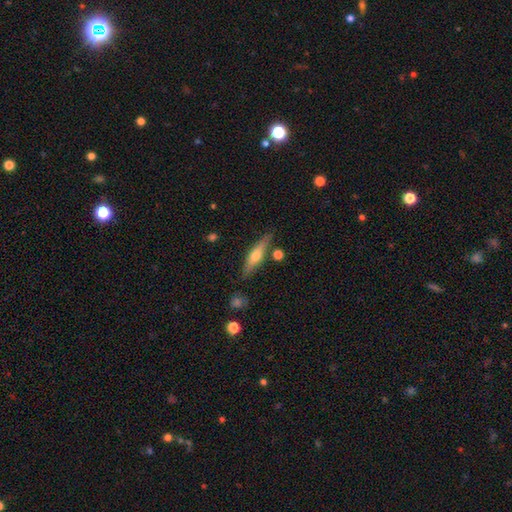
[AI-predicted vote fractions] A featured or disk galaxy (54%) viewed edge-on (92%) with a rounded central bulge (90%).

Vote fractions:
- Smooth or featured? featured or disk: 54% / smooth: 39% / star or artifact: 6%
- Edge-on disk? yes: 92% / no: 8%
- Edge-on bulge? rounded: 90% / none: 5% / boxy: 5%
- Merging? none: 81% / minor disturbance: 12% / merger: 5% / major disturbance: 3%